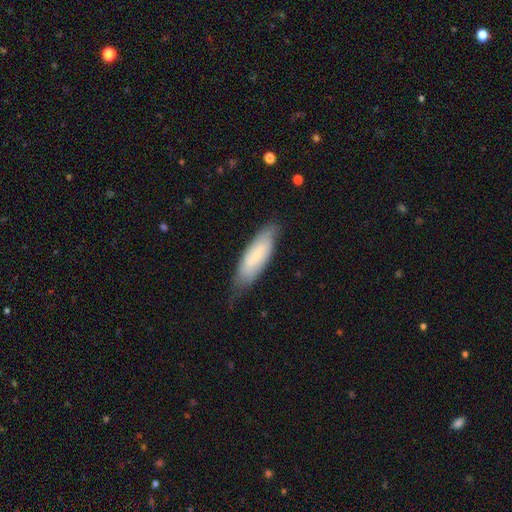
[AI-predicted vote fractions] This appears to be a smooth galaxy with no disk features (61%) that is in between round and cigar-shaped (56%). Merging: none (66%).